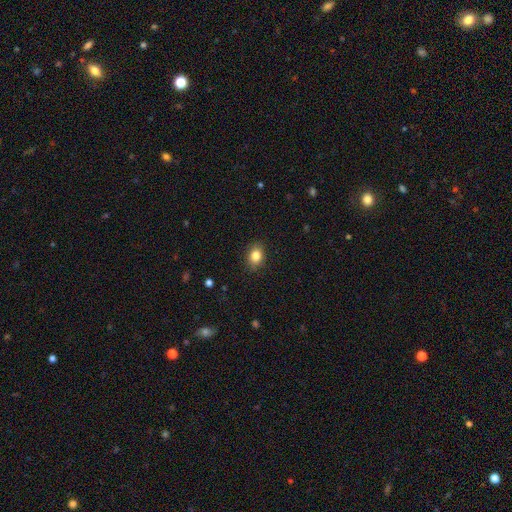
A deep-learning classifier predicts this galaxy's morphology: A smooth galaxy with no disk features (83%) that is in between round and cigar-shaped (64%).

Vote fractions:
- Smooth or featured? smooth: 83% / star or artifact: 10% / featured or disk: 7%
- How rounded? in between: 64% / round: 35% / cigar-shaped: 1%
- Merging? none: 88% / minor disturbance: 9% / major disturbance: 2% / merger: 1%